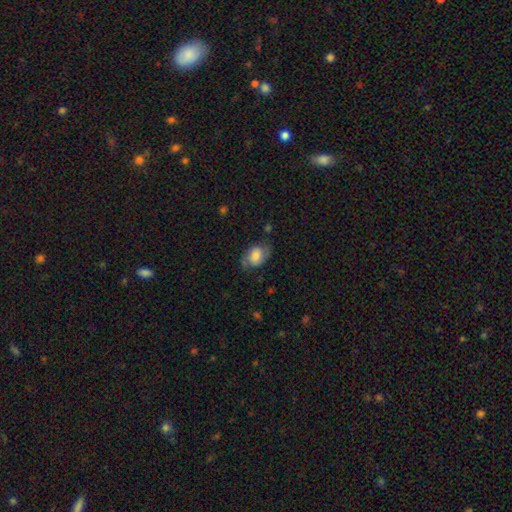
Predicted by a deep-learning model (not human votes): Overall: smooth (59%; featured or disk 33%). How rounded: in between (73%). Merging: none (61%; minor disturbance 26%).